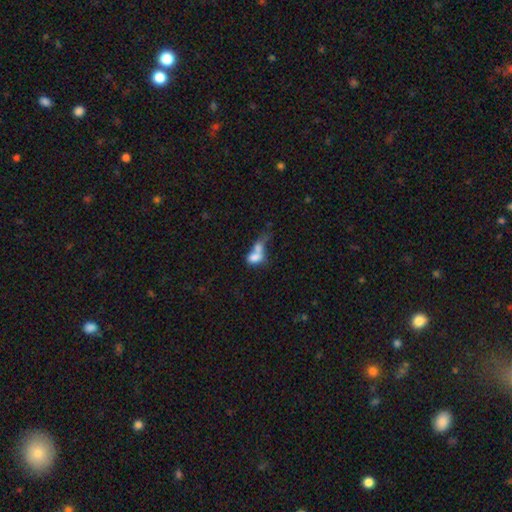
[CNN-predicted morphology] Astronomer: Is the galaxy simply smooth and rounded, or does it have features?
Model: smooth — 69%.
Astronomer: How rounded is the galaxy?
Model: in between — 70%.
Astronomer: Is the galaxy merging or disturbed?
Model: merger — 68%.